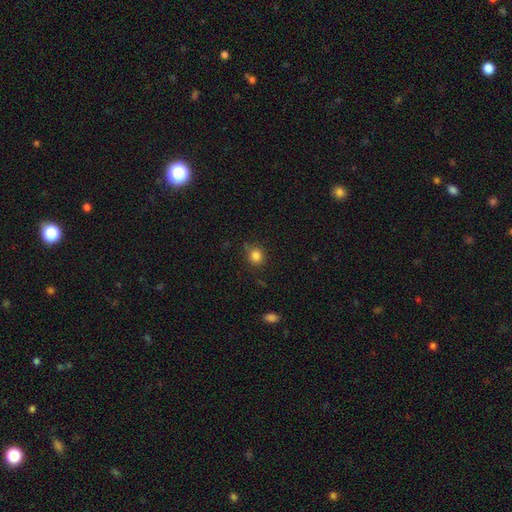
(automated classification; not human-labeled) Smooth or featured: smooth — 84% (star or artifact — 11%)
How rounded: round — 83% (in between — 16%)
Merging: none — 79% (minor disturbance — 14%)